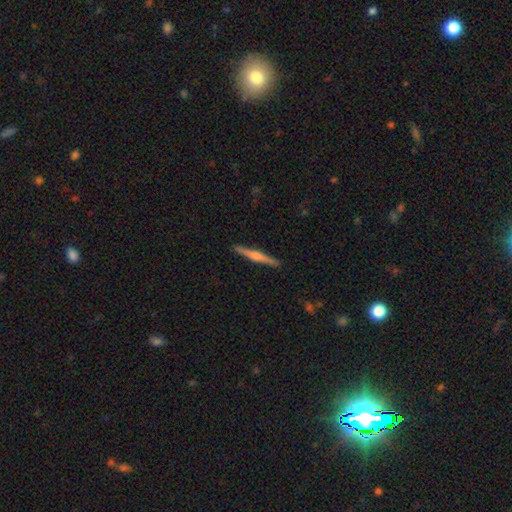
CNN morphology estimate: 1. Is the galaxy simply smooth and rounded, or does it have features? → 75% featured or disk, 20% smooth, 6% star or artifact.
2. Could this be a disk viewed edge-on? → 98% yes, 2% no.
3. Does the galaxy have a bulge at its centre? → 86% rounded, 7% boxy, 7% none.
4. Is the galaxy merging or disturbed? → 92% none, 6% minor disturbance, 1% major disturbance, 1% merger.